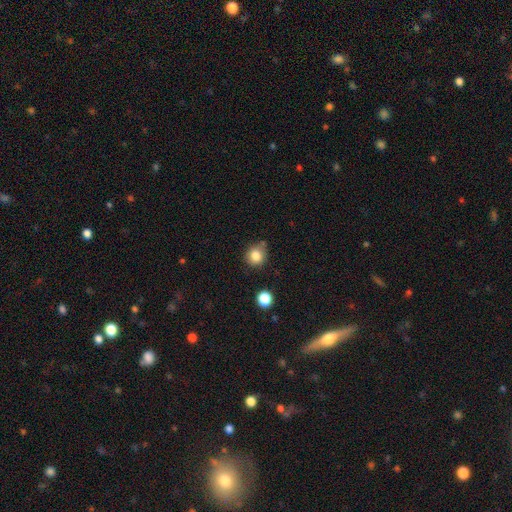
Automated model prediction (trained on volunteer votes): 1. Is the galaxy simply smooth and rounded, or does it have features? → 83% smooth, 11% star or artifact, 6% featured or disk.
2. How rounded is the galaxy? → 83% round, 16% in between, 1% cigar-shaped.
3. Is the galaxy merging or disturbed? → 74% none, 16% minor disturbance, 6% merger, 4% major disturbance.